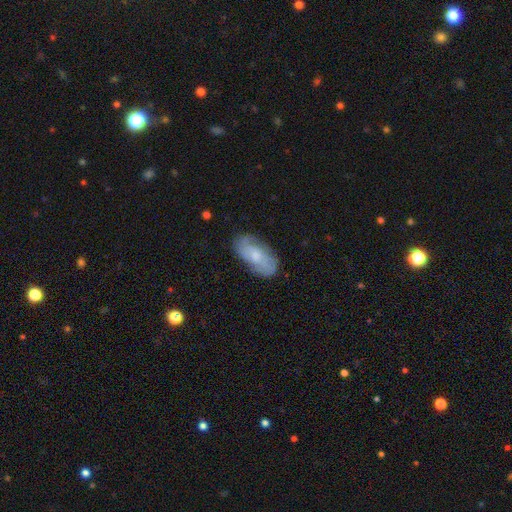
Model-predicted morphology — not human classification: smooth-or-featured: smooth: 48% | featured or disk: 45% | star or artifact: 7%
  merging: none: 71% | minor disturbance: 21% | major disturbance: 6% | merger: 2%